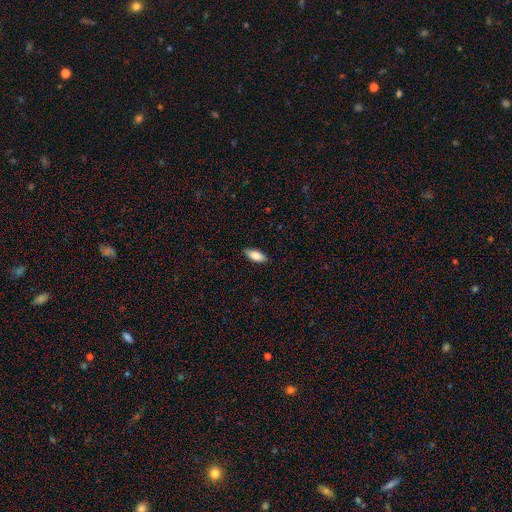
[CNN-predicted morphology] The model was most divided on "how rounded": in between: 84%, cigar-shaped: 14%, round: 2%. More confident: merging — none (85%); smooth or featured — smooth (84%).